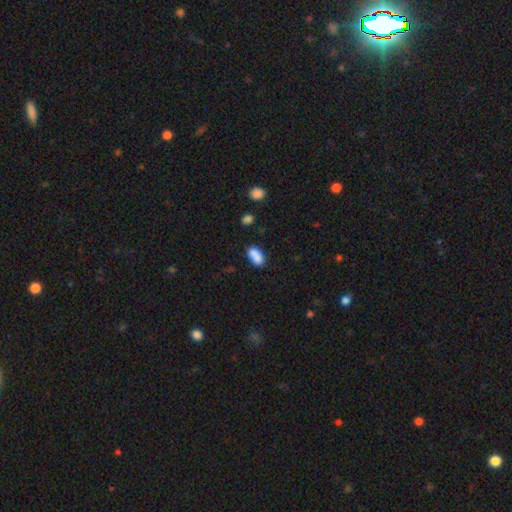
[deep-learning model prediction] smooth_or_featured: smooth (p=0.77) [alt: featured or disk p=0.14]
how_rounded: in between (p=0.85) [alt: round p=0.12]
merging: merger (p=0.40) [alt: none p=0.39]